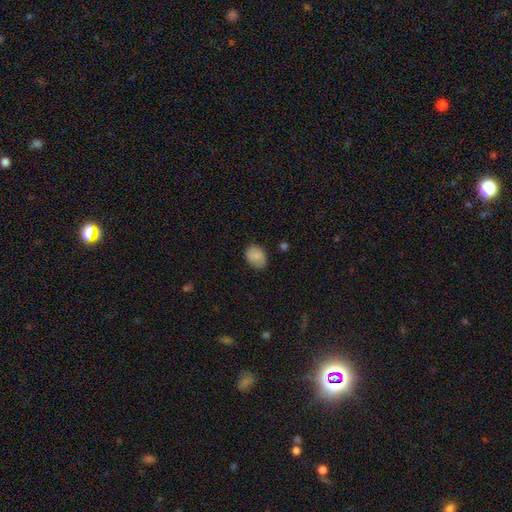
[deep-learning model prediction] Smooth or featured: smooth — 82% (featured or disk — 10%)
How rounded: in between — 60% (round — 39%)
Merging: none — 82% (minor disturbance — 14%)